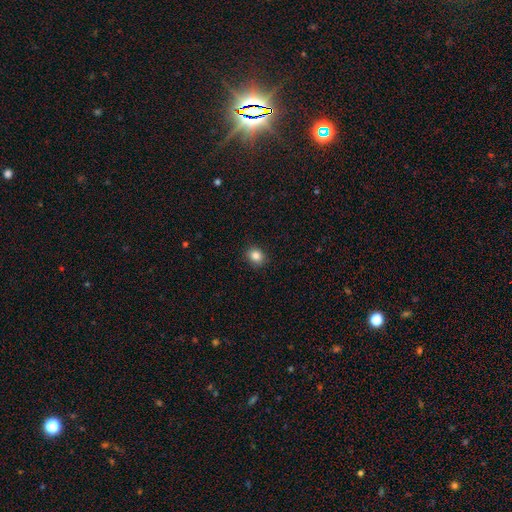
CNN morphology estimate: Smooth or featured?
  - smooth: 85% *
  - star or artifact: 10%
  - featured or disk: 5%
How rounded?
  - round: 70% *
  - in between: 29%
  - cigar-shaped: 1%
Merging?
  - none: 89% *
  - minor disturbance: 8%
  - major disturbance: 2%
  - merger: 1%